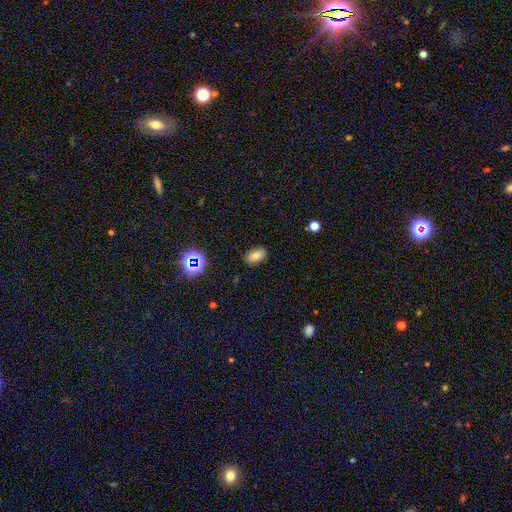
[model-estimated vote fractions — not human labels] A smooth galaxy with no disk features (75%) that is in between round and cigar-shaped (89%).

Vote fractions:
- Smooth or featured? smooth: 75% / star or artifact: 14% / featured or disk: 11%
- How rounded? in between: 89% / round: 9% / cigar-shaped: 2%
- Merging? none: 86% / minor disturbance: 10% / major disturbance: 3% / merger: 1%